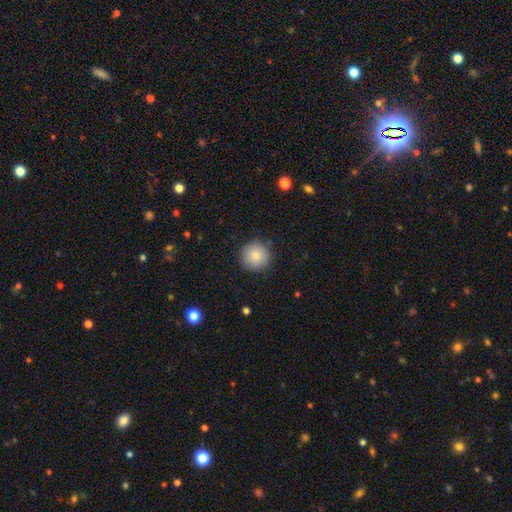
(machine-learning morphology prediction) The model was most divided on "smooth or featured": smooth: 84%, star or artifact: 8%, featured or disk: 7%. More confident: how rounded — round (96%); merging — none (89%).